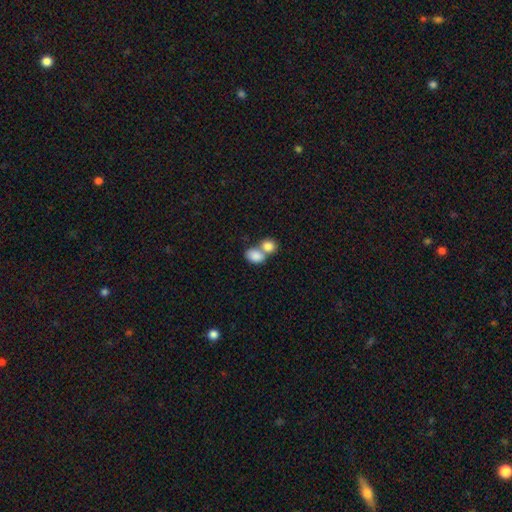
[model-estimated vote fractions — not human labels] Overall: smooth (84%). How rounded: in between (71%). Merging: merger (63%; none 27%).